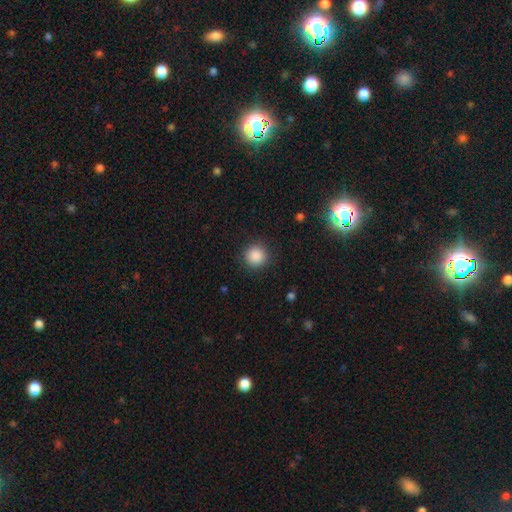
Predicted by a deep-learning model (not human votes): smooth 87%, star or artifact 10%, featured or disk 3%. Down the decision tree: how rounded — round (94%); merging — none (90%).